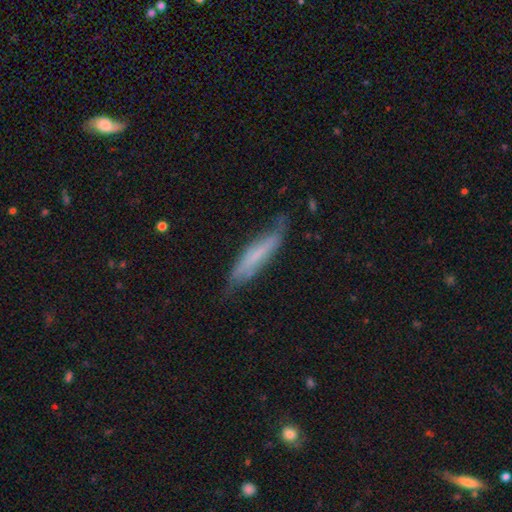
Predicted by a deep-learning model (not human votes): This is possibly a smooth galaxy (51%). How rounded: clearly cigar-shaped (84%). Merging: likely none (65%).